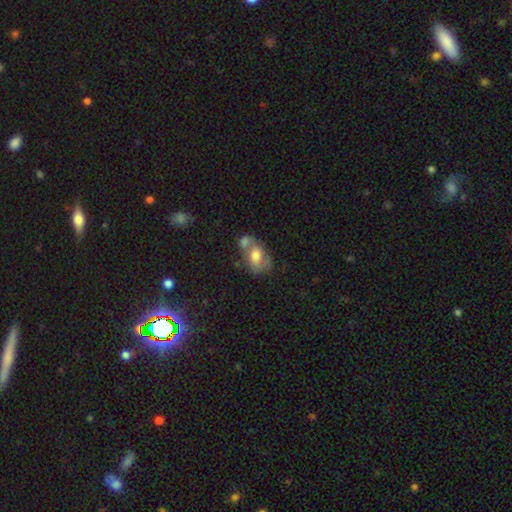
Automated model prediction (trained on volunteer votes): Overall: smooth (59%; featured or disk 33%). How rounded: in between (83%). Merging: merger (46%; none 28%).